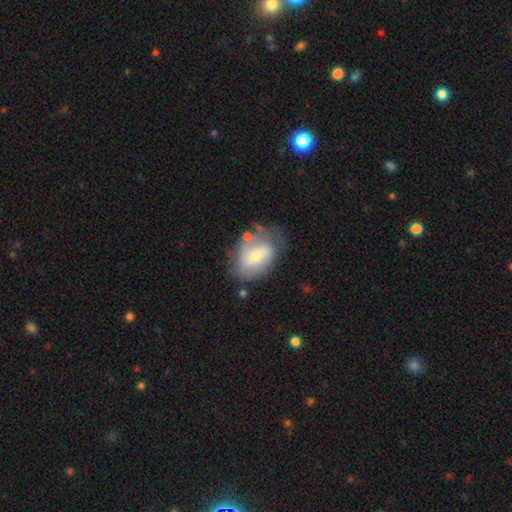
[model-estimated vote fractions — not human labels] Smooth or featured: smooth — 51% (featured or disk — 41%)
How rounded: in between — 75% (round — 24%)
Merging: none — 50% (minor disturbance — 28%)